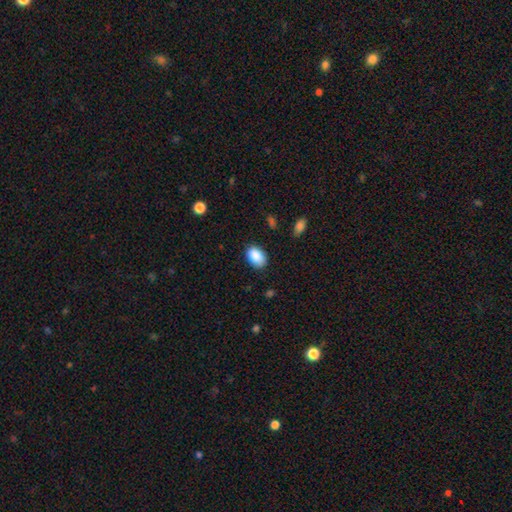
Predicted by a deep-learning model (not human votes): Smooth or featured?
  - smooth: 89% *
  - star or artifact: 7%
  - featured or disk: 4%
How rounded?
  - in between: 87% *
  - round: 12%
  - cigar-shaped: 1%
Merging?
  - none: 82% *
  - minor disturbance: 14%
  - major disturbance: 3%
  - merger: 1%